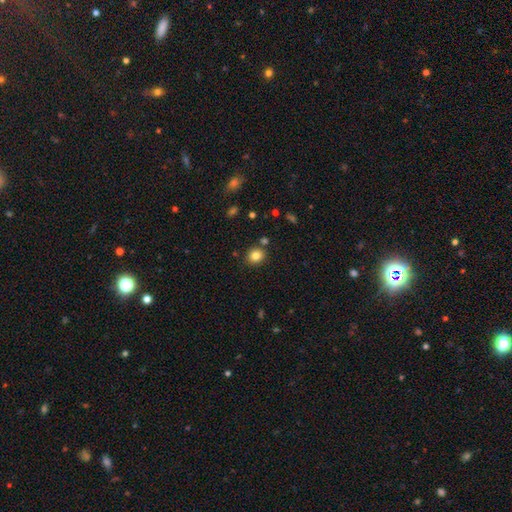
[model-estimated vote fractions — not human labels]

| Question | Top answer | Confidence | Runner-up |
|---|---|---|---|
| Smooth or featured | smooth | 82% | star or artifact (11%) |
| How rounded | round | 73% | in between (26%) |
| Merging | none | 82% | minor disturbance (9%) |